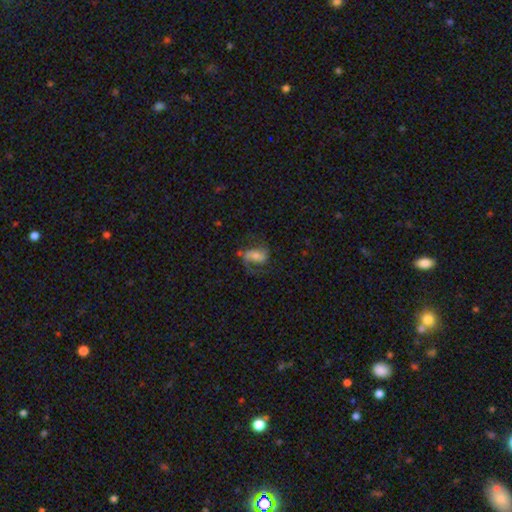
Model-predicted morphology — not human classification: smooth-or-featured: featured or disk: 74% | smooth: 19% | star or artifact: 7%
  disk-edge-on: no: 97% | yes: 3%
    bar: weak: 39% | no: 36% | strong: 25%
    has-spiral-arms: yes: 93% | no: 7%
      spiral-winding: medium: 45% | loose: 43% | tight: 12%
      spiral-arm-count: 2: 80% | 1: 13% | can't tell: 4% | 3: 1% | 4: 1% | more than 4: 1%
    bulge-size: moderate: 46% | small: 38% | large: 9% | none: 5% | dominant: 2%
  merging: none: 59% | major disturbance: 20% | minor disturbance: 19% | merger: 3%